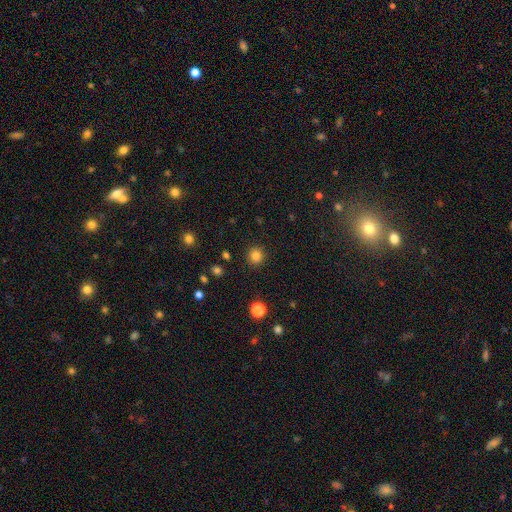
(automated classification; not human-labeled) Smooth or featured: smooth — 83% (star or artifact — 13%)
How rounded: round — 93% (in between — 6%)
Merging: none — 91% (minor disturbance — 6%)